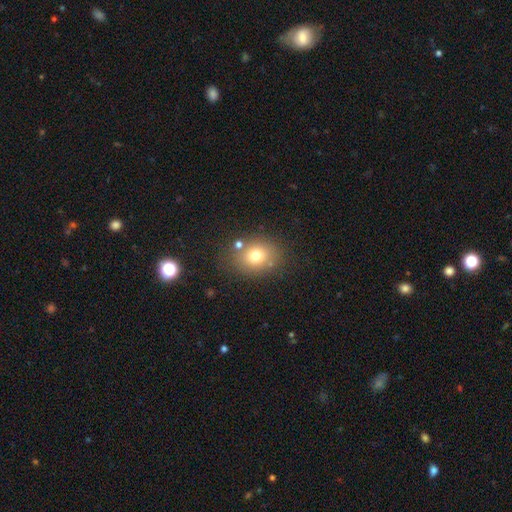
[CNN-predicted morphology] This is likely a smooth galaxy (73%). How rounded: possibly round (55%). Merging: likely none (75%).